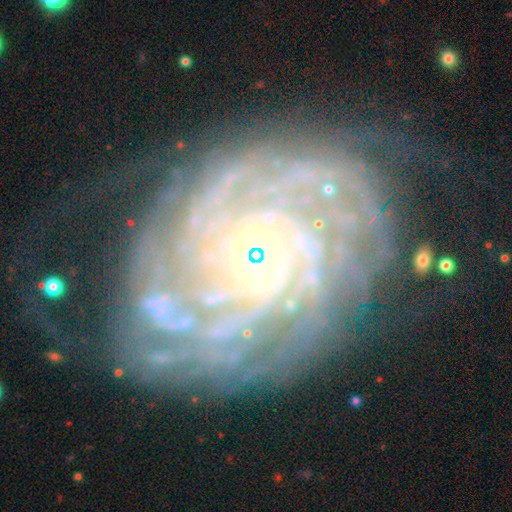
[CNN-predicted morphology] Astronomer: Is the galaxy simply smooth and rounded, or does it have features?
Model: featured or disk — 88%.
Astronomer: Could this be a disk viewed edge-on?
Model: no — 97%.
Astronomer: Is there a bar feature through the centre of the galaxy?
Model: no — 52% (runner-up: weak, 34%).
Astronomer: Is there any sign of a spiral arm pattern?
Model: yes — 97%.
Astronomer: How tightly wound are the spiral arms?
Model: tight — 78%.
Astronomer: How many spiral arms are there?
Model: can't tell — 30% (runner-up: more than 4, 18%).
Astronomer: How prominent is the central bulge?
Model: small — 57%.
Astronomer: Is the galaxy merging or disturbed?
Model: none — 68%.